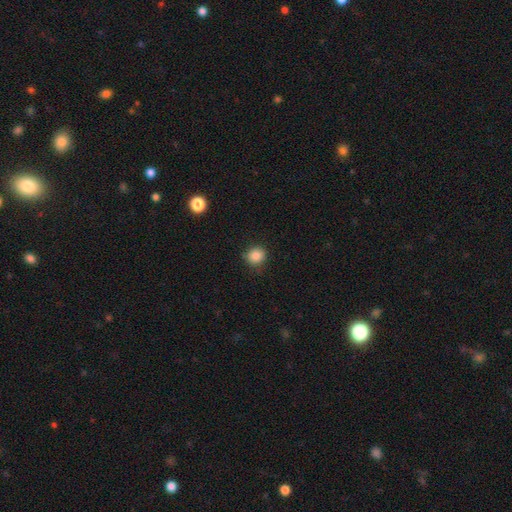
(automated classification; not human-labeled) Smooth or featured: smooth — 85% (star or artifact — 10%)
How rounded: round — 88% (in between — 12%)
Merging: none — 84% (minor disturbance — 12%)